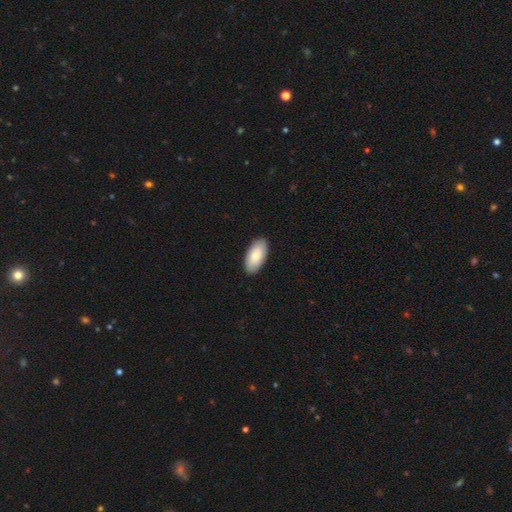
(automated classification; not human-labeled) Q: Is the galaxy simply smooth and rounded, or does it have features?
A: smooth — 80%.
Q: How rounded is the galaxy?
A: in between — 95%.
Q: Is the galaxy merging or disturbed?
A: none — 89%.